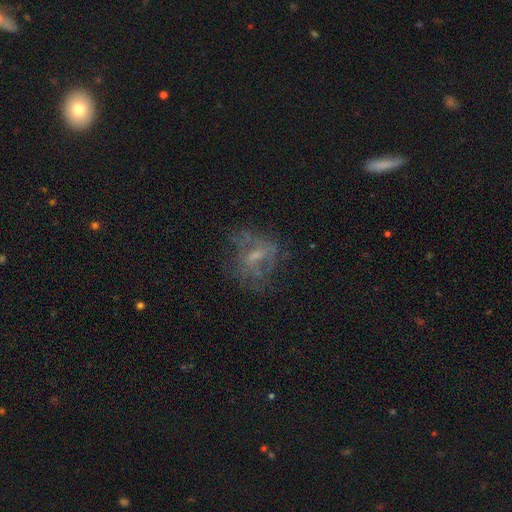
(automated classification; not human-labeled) Overall: featured or disk (55%; smooth 28%). Edge-on disk: no (97%). Bar: no (60%; weak 33%). Spiral arms: no (69%; yes 31%). Bulge size: small (43%; moderate 30%). Merging: none (55%; major disturbance 24%).